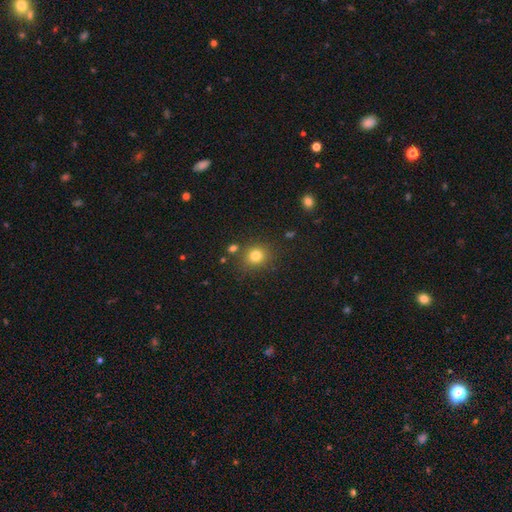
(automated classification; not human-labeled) smooth 79%, star or artifact 14%, featured or disk 7%. Down the decision tree: how rounded — round (81%); merging — none (82%).